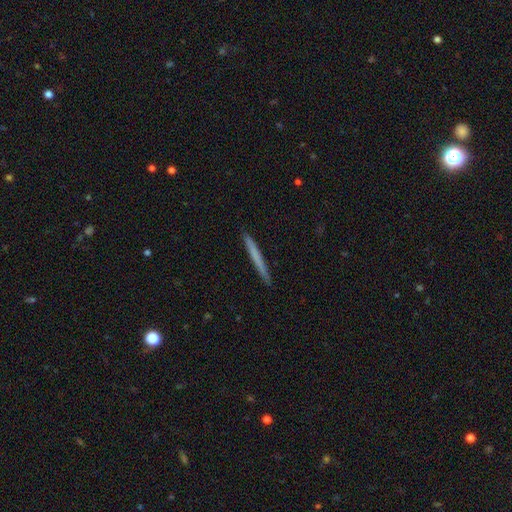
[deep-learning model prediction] Morphology: type=smooth (61%); roundness=cigar-shaped (97%); merging=none (92%).